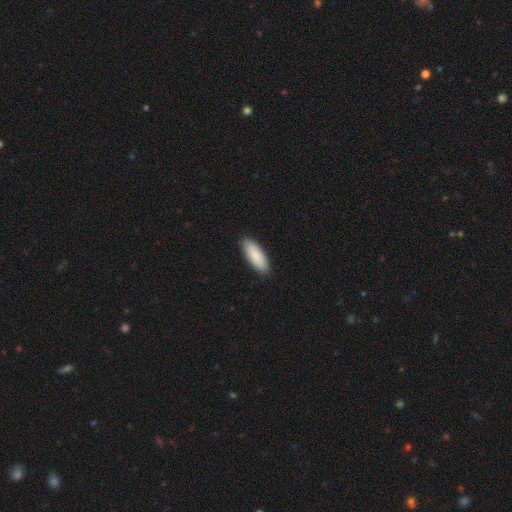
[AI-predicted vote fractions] This is clearly a smooth galaxy (89%). How rounded: likely in between (75%). Merging: clearly none (89%).